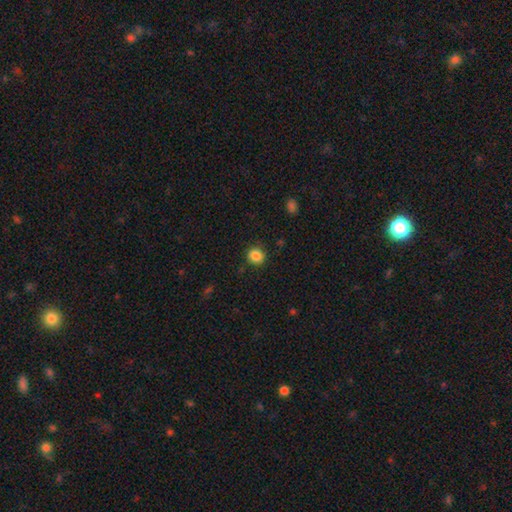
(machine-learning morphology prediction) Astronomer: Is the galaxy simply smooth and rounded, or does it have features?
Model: smooth — 86%.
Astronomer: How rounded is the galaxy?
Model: round — 84%.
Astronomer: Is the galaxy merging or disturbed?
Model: none — 88%.